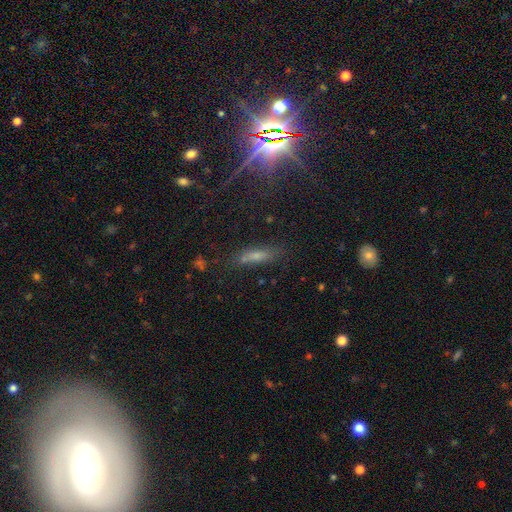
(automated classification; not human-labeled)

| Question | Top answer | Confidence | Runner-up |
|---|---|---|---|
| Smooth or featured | smooth | 42% | star or artifact (33%) |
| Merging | none | 72% | minor disturbance (18%) |